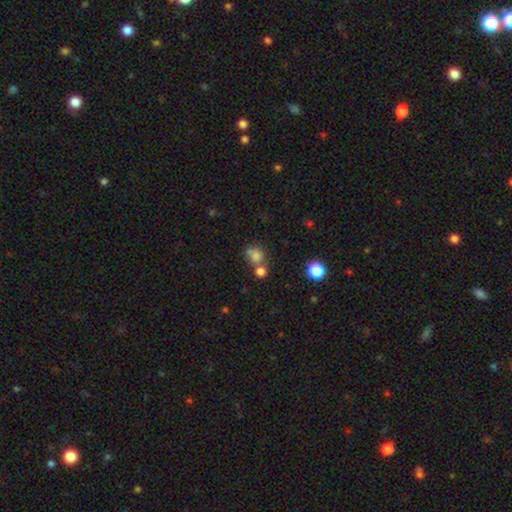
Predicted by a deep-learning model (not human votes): Smooth or featured? Predicted: smooth (p=0.73). How rounded? Predicted: round (p=0.69). Merging? Predicted: none (p=0.42).